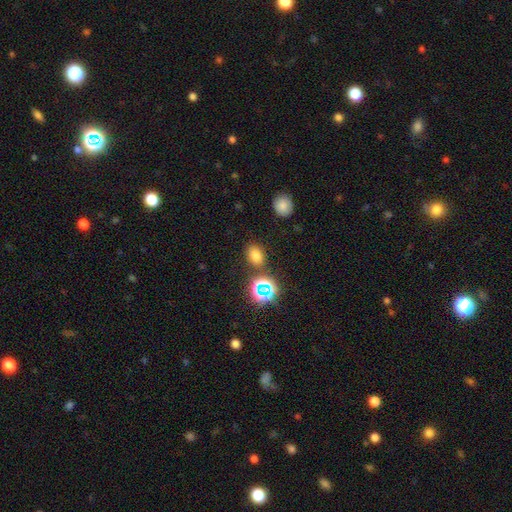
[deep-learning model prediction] This is likely a smooth galaxy (73%). How rounded: likely in between (69%). Merging: clearly none (81%).